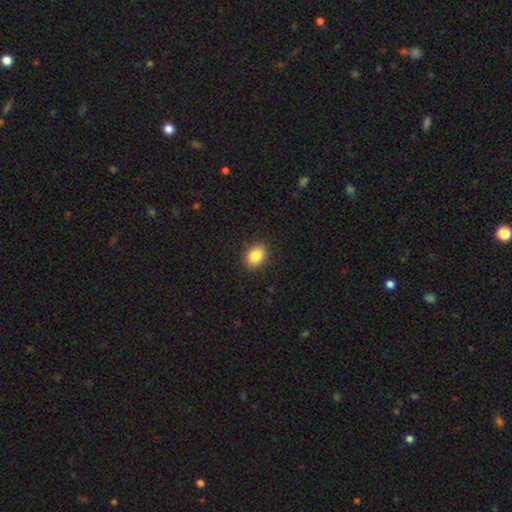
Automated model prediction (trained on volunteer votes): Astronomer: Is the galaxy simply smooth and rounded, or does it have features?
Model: smooth — 85%.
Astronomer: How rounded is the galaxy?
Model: in between — 53% (runner-up: round, 46%).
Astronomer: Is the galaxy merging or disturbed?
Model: none — 89%.